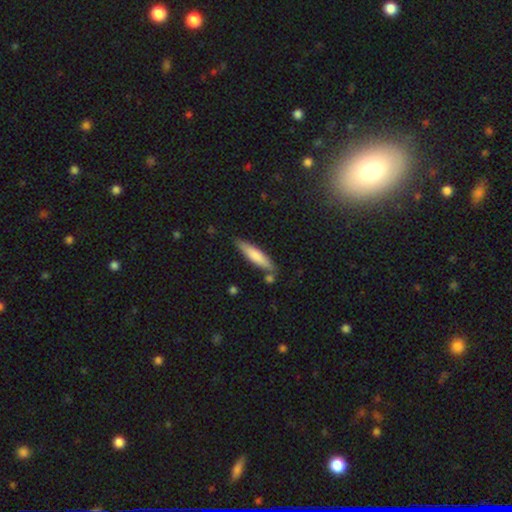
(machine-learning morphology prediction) smooth-or-featured: smooth: 73% | featured or disk: 21% | star or artifact: 5%
  how-rounded: cigar-shaped: 82% | in between: 17% | round: 1%
  merging: none: 79% | minor disturbance: 13% | merger: 6% | major disturbance: 3%